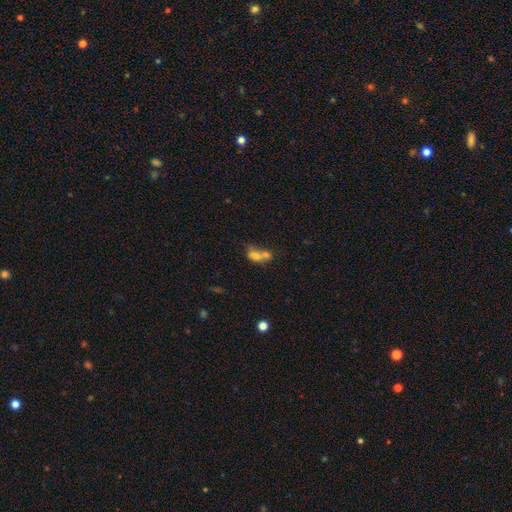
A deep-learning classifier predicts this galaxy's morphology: type=smooth (67%); roundness=in between (67%); merging=merger (69%).